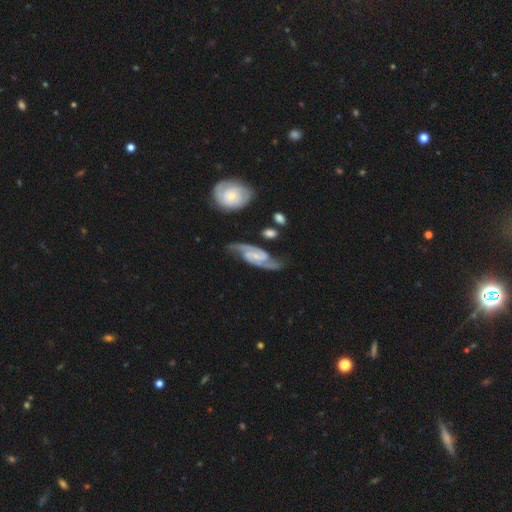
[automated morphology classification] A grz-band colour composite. It shows a featured or disk galaxy (91%) with a weak bar (45%), 2 (93%) medium (56%) spiral arms (98%) and a small central bulge (62%). Merging: none (74%).